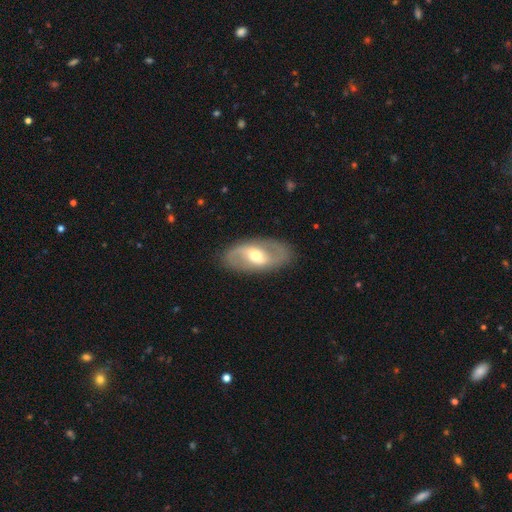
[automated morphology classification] A featured or disk galaxy (75%) with a weak bar (43%), 2 (88%) loose (42%) spiral arms (77%) and a moderate central bulge (64%). Merging: none (86%).